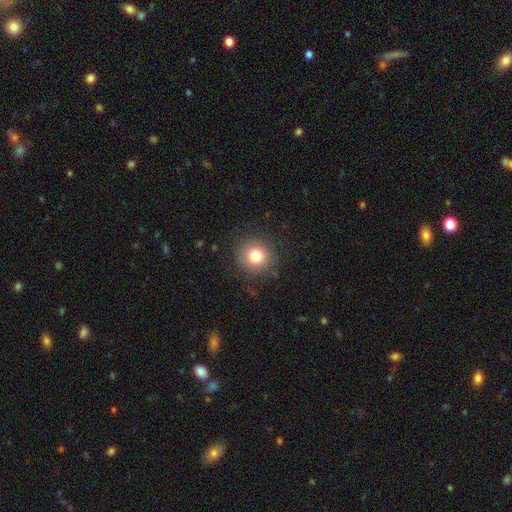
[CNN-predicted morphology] This is likely a smooth galaxy (79%). How rounded: clearly round (92%). Merging: clearly none (86%).